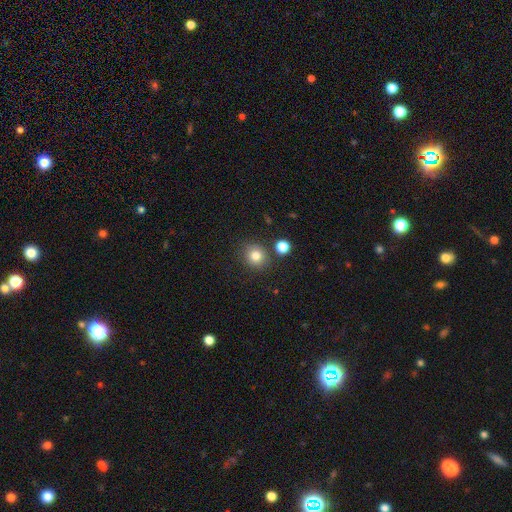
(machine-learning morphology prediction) A smooth galaxy with no disk features (80%) that is round (82%).

Vote fractions:
- Smooth or featured? smooth: 80% / star or artifact: 13% / featured or disk: 7%
- How rounded? round: 82% / in between: 17% / cigar-shaped: 1%
- Merging? none: 82% / minor disturbance: 9% / merger: 6% / major disturbance: 3%